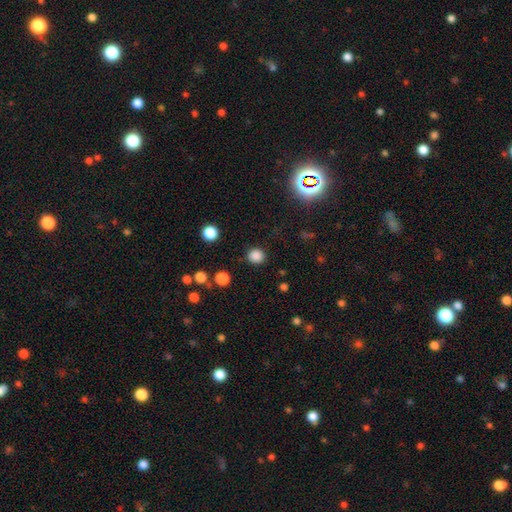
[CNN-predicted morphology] The model was most divided on "smooth or featured": smooth: 84%, star or artifact: 13%, featured or disk: 3%. More confident: merging — none (88%); how rounded — round (87%).